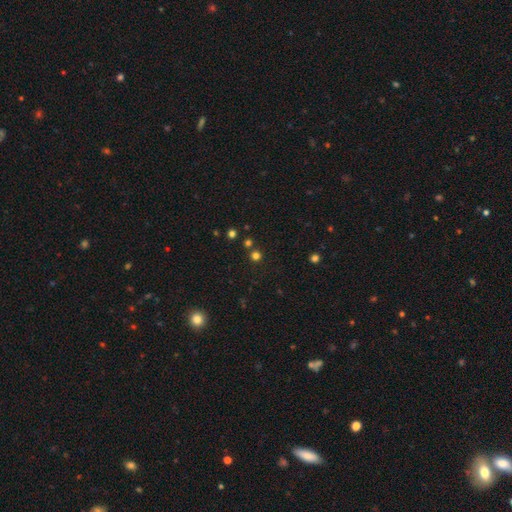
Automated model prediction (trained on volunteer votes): smooth 67%, star or artifact 27%, featured or disk 5%. Down the decision tree: how rounded — round (93%); merging — none (81%).